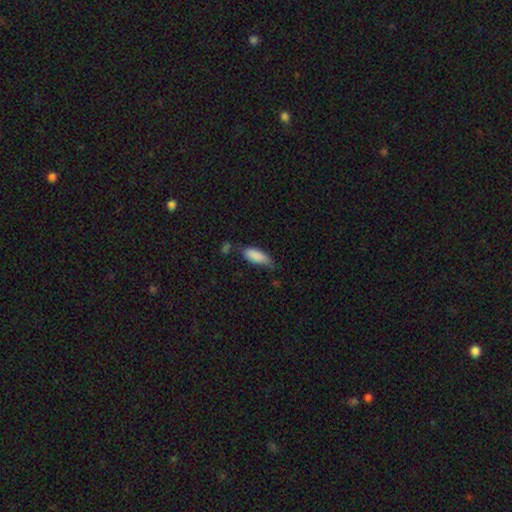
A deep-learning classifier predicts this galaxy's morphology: Q: Smooth or featured?
A: smooth (86%); runner-up: featured or disk (7%)
Q: How rounded?
A: in between (76%); runner-up: cigar-shaped (22%)
Q: Merging?
A: none (46%); runner-up: minor disturbance (37%)